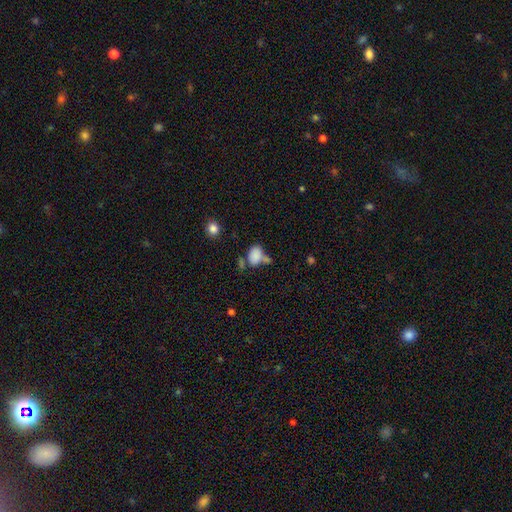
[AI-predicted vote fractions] Smooth or featured: smooth — 83% (star or artifact — 10%)
How rounded: in between — 75% (round — 24%)
Merging: none — 43% (merger — 31%)